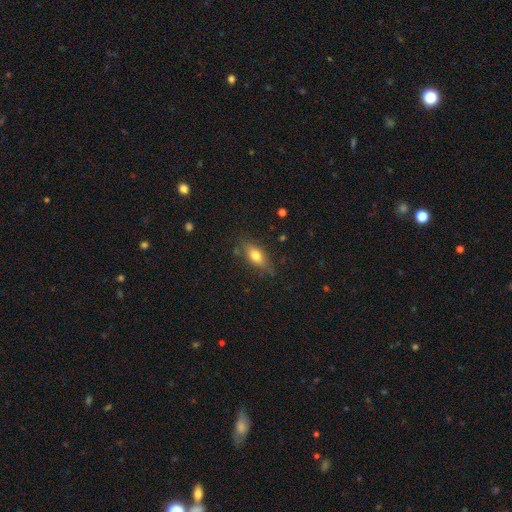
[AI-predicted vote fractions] Morphology: type=smooth (71%); roundness=in between (78%); merging=none (72%).